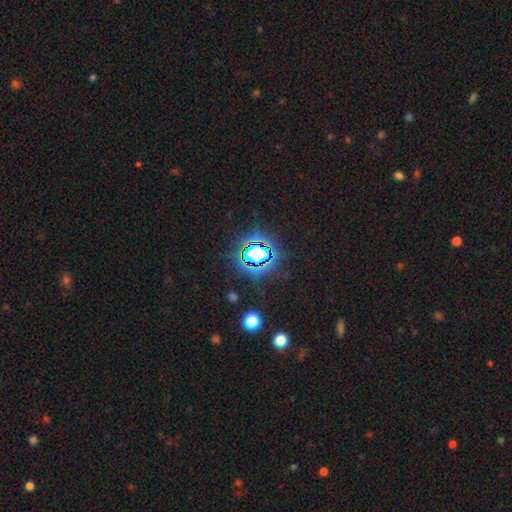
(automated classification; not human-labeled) This is likely a star or artifact rather than a galaxy (73%).